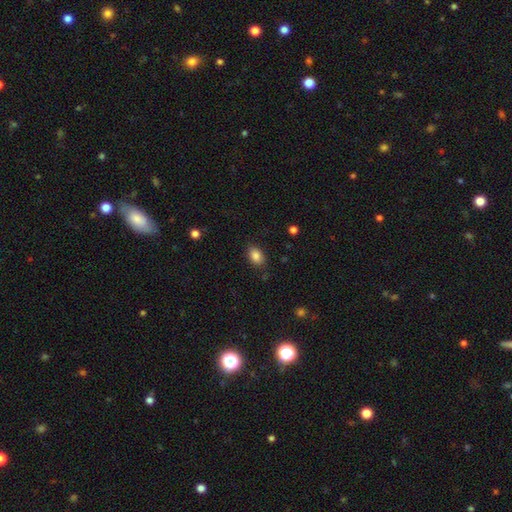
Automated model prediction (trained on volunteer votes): smooth-or-featured: smooth: 86% | star or artifact: 9% | featured or disk: 5%
  how-rounded: in between: 83% | round: 16% | cigar-shaped: 1%
  merging: none: 84% | minor disturbance: 12% | major disturbance: 3% | merger: 1%